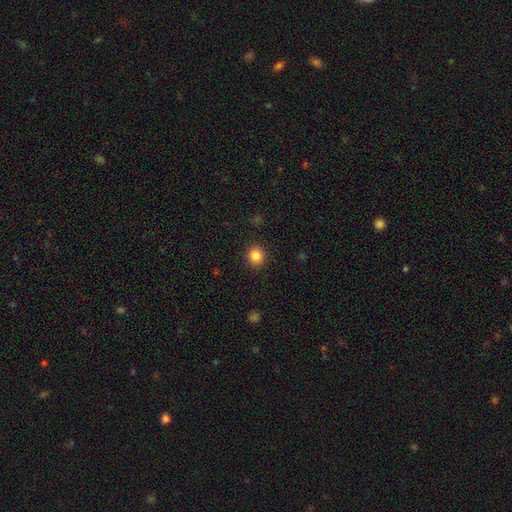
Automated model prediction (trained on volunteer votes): Overall: smooth (85%). How rounded: round (87%). Merging: none (91%).